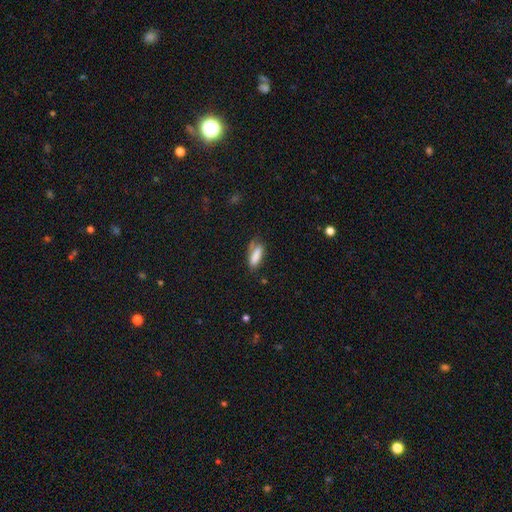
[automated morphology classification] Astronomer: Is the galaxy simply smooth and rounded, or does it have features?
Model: smooth — 81%.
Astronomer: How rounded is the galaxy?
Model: in between — 57% (runner-up: cigar-shaped, 41%).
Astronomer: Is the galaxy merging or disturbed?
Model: none — 57%.